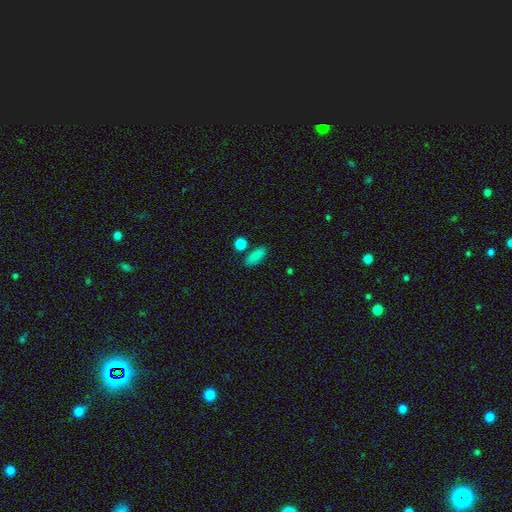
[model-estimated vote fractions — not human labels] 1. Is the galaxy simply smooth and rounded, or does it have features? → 83% smooth, 9% star or artifact, 9% featured or disk.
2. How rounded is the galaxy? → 78% in between, 16% cigar-shaped, 6% round.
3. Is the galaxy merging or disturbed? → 74% none, 14% minor disturbance, 8% merger, 3% major disturbance.